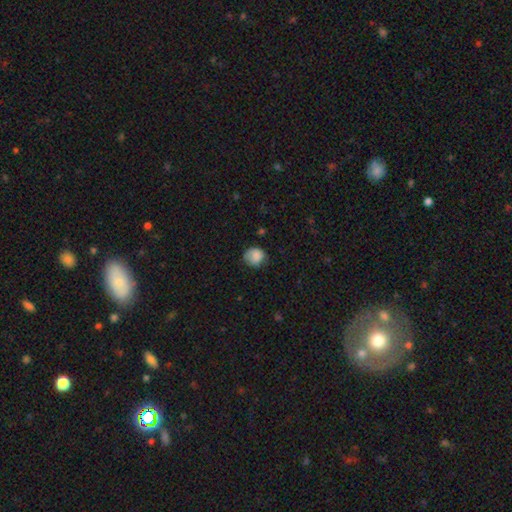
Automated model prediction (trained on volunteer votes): smooth-or-featured: smooth: 83% | featured or disk: 9% | star or artifact: 9%
  how-rounded: round: 77% | in between: 22% | cigar-shaped: 1%
  merging: none: 63% | minor disturbance: 28% | major disturbance: 8% | merger: 2%